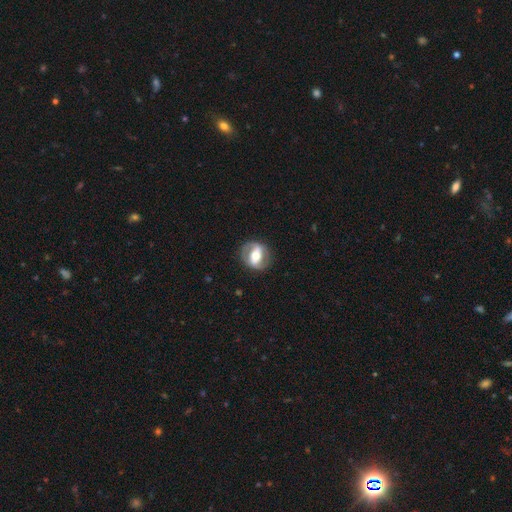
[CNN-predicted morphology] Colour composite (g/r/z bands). It shows a featured or disk galaxy (69%) with a strong bar (55%), spiral arms (59%) and a moderate central bulge (62%). Merging: none (81%).